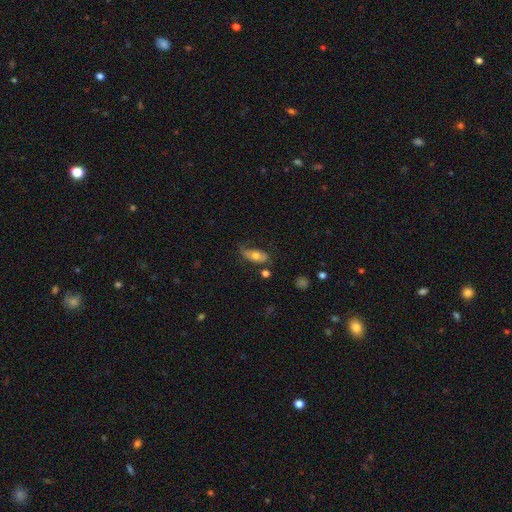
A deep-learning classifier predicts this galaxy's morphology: Smooth or featured: smooth — 63% (featured or disk — 30%)
How rounded: in between — 83% (cigar-shaped — 12%)
Merging: none — 47% (minor disturbance — 33%)